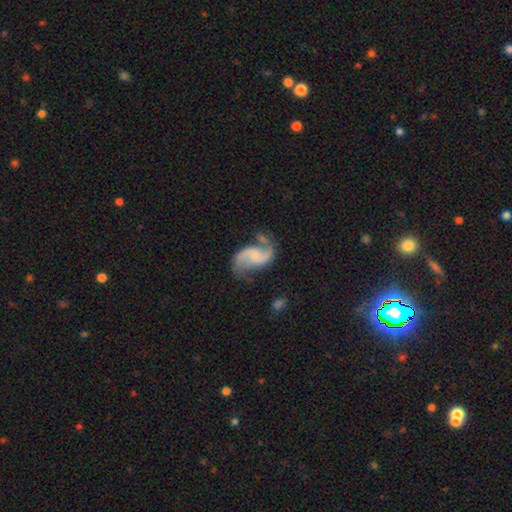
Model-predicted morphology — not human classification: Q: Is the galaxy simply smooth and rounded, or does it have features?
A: featured or disk — 88%.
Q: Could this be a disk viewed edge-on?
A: no — 98%.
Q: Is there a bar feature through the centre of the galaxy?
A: no — 49%.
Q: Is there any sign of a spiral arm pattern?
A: yes — 97%.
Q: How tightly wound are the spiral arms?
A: loose — 61%.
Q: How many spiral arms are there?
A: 2 — 92%.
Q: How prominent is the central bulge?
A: none — 46%.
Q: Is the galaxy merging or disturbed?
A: none — 60%.